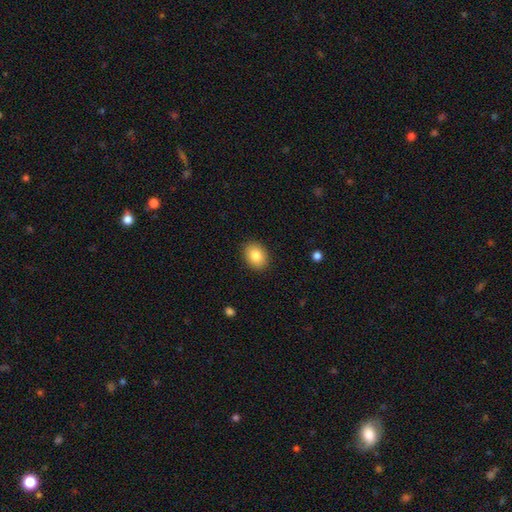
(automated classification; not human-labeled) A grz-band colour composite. It shows a smooth galaxy with no disk features (84%) that is in between round and cigar-shaped (62%). Merging: none (90%).